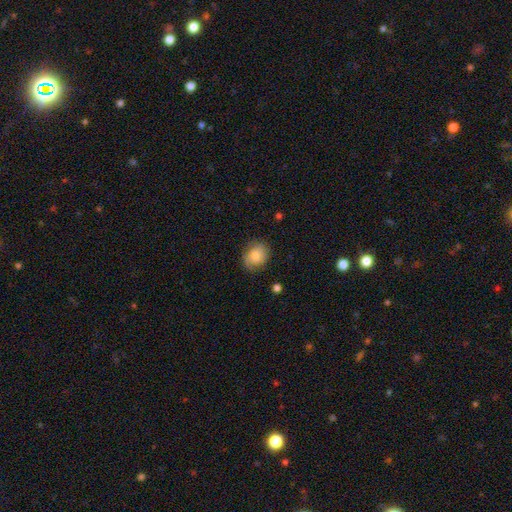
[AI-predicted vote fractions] Smooth or featured? Predicted: smooth (p=0.77). How rounded? Predicted: round (p=0.55). Merging? Predicted: none (p=0.75).